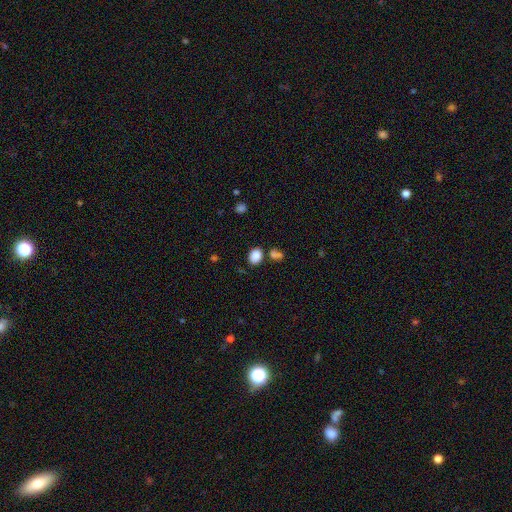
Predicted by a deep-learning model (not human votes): Q: Smooth or featured?
A: smooth (85%); runner-up: star or artifact (10%)
Q: How rounded?
A: in between (62%); runner-up: round (37%)
Q: Merging?
A: none (69%); runner-up: merger (14%)